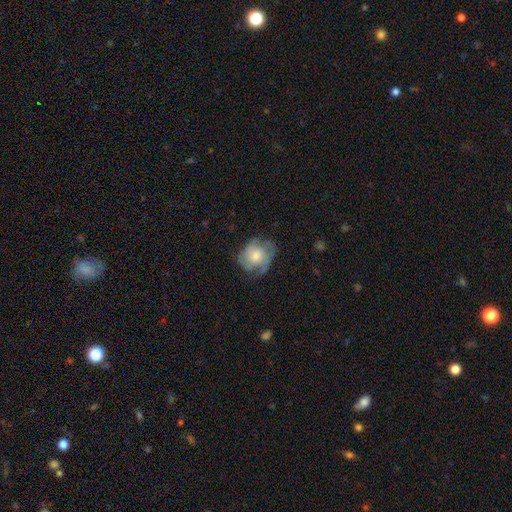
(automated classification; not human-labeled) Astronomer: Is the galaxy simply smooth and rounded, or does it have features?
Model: featured or disk — 49% (runner-up: smooth, 44%).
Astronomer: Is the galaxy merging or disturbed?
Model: none — 56%.